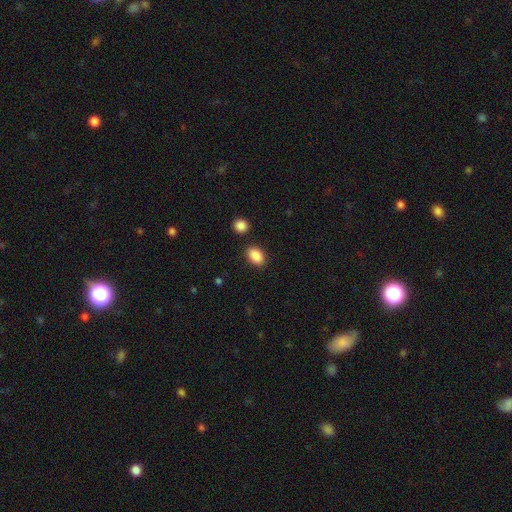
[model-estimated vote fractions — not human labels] smooth_or_featured: smooth (p=0.89) [alt: star or artifact p=0.08]
how_rounded: in between (p=0.85) [alt: round p=0.14]
merging: none (p=0.85) [alt: minor disturbance p=0.09]